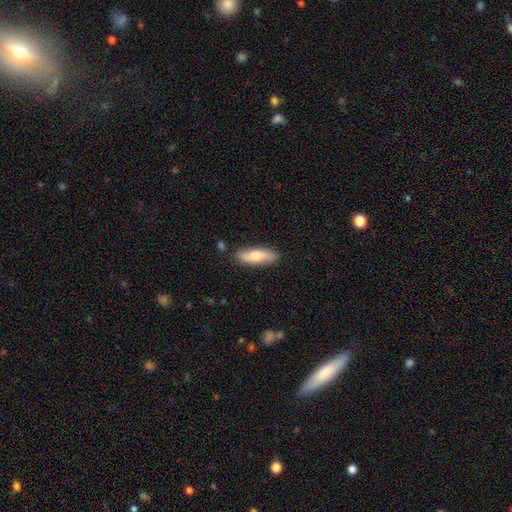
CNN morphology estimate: A smooth galaxy with no disk features (72%) that is in between round and cigar-shaped (54%). Merging: none (82%).